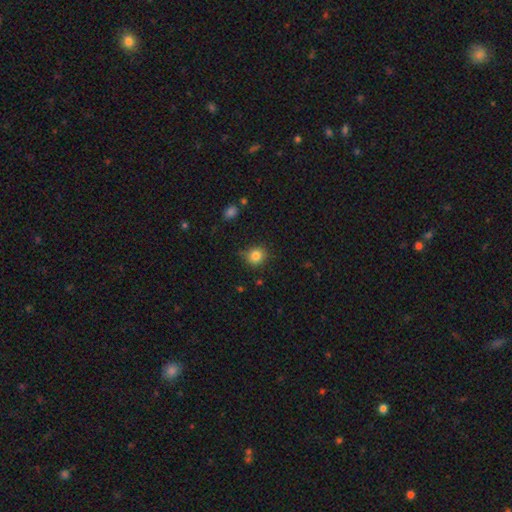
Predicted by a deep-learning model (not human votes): This is clearly a smooth galaxy (84%). How rounded: clearly round (83%). Merging: likely none (79%).